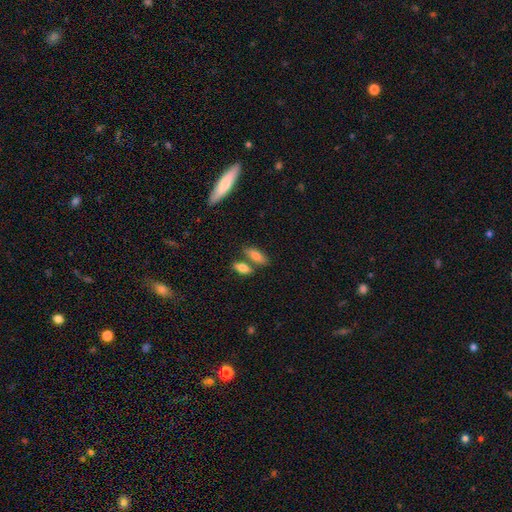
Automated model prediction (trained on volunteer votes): smooth-or-featured: smooth: 78% | featured or disk: 15% | star or artifact: 7%
  how-rounded: in between: 68% | cigar-shaped: 28% | round: 4%
  merging: none: 58% | merger: 27% | minor disturbance: 11% | major disturbance: 4%